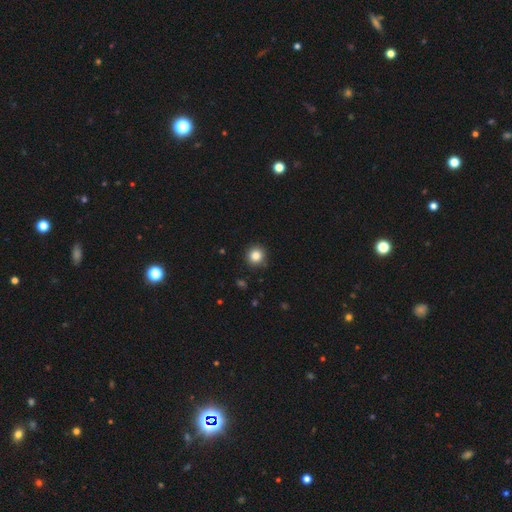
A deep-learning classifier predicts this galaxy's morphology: smooth 85%, star or artifact 11%, featured or disk 5%. Down the decision tree: how rounded — round (93%); merging — none (90%).